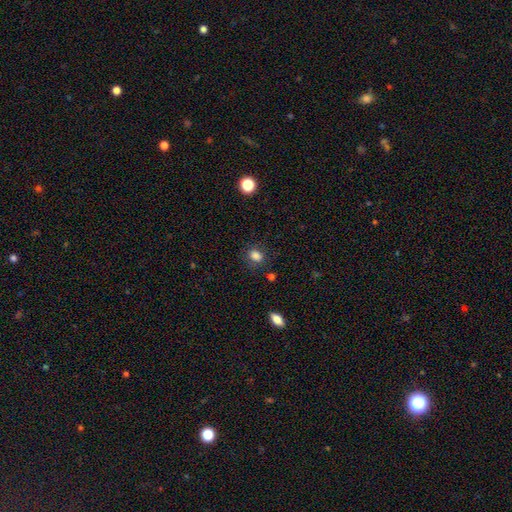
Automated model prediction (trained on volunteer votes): smooth-or-featured: smooth: 84% | star or artifact: 11% | featured or disk: 4%
  how-rounded: in between: 55% | round: 43% | cigar-shaped: 1%
  merging: none: 81% | minor disturbance: 13% | major disturbance: 4% | merger: 2%